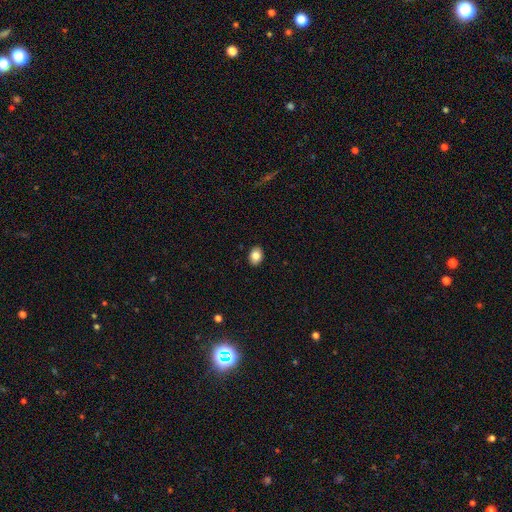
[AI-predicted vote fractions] Overall: smooth (83%). How rounded: in between (71%). Merging: none (90%).